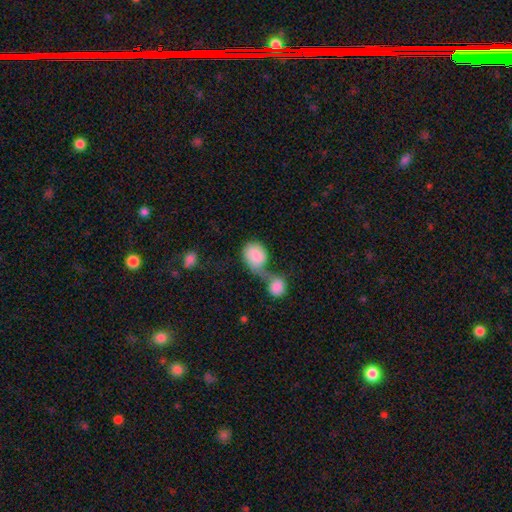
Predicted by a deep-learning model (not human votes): A smooth galaxy with no disk features (77%) that is in between round and cigar-shaped (50%).

Vote fractions:
- Smooth or featured? smooth: 77% / featured or disk: 17% / star or artifact: 6%
- How rounded? in between: 50% / round: 49% / cigar-shaped: 1%
- Merging? merger: 64% / none: 16% / major disturbance: 11% / minor disturbance: 9%